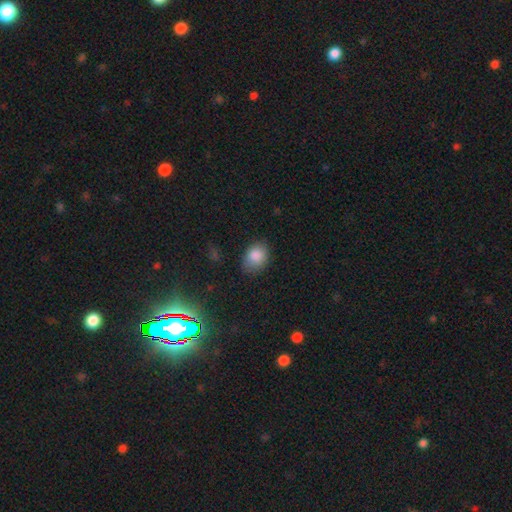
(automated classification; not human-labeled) This appears to be a smooth galaxy with no disk features (86%) that is in between round and cigar-shaped (68%). Merging: none (73%).